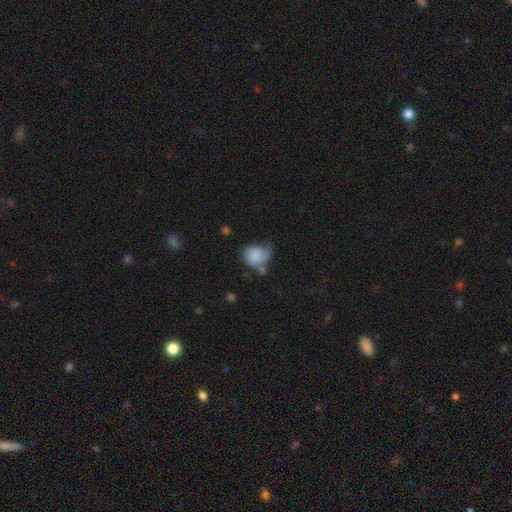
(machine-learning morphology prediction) smooth 66%, featured or disk 26%, star or artifact 8%. Down the decision tree: how rounded — round (56%); merging — none (32%).